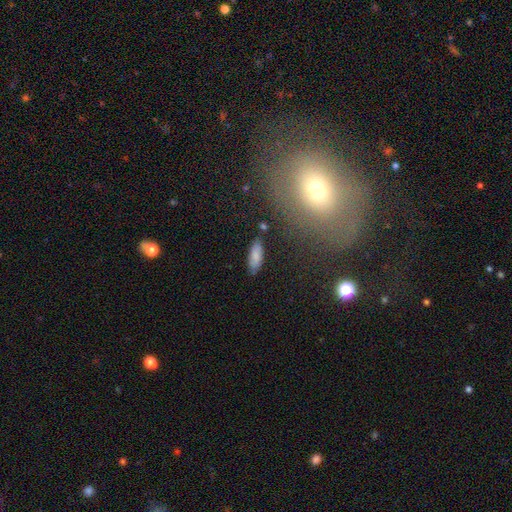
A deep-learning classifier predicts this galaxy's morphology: Smooth or featured: smooth — 80% (featured or disk — 13%)
How rounded: in between — 70% (cigar-shaped — 28%)
Merging: none — 81% (minor disturbance — 13%)